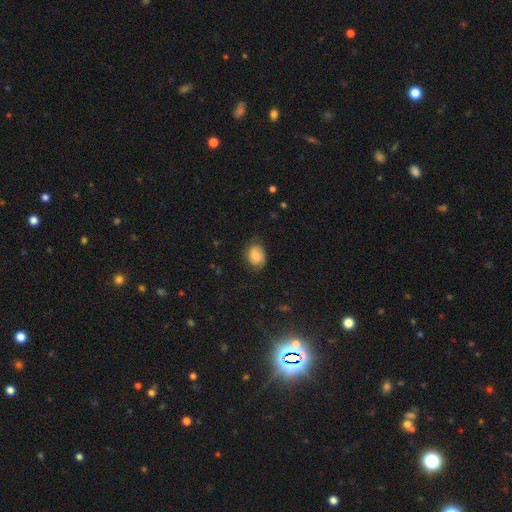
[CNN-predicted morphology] A smooth galaxy with no disk features (74%) that is in between round and cigar-shaped (63%). Merging: none (69%).